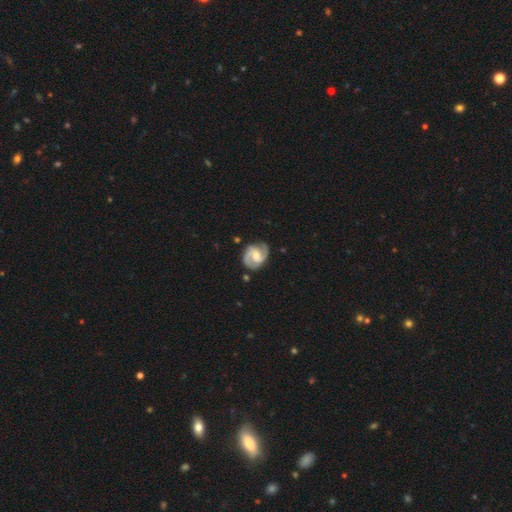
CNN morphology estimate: A featured or disk galaxy (88%) with a weak bar (52%), 2 (90%) medium (54%) spiral arms (97%) and a moderate central bulge (58%).

Vote fractions:
- Smooth or featured? featured or disk: 88% / smooth: 8% / star or artifact: 4%
- Edge-on disk? no: 98% / yes: 2%
- Bar? weak: 52% / no: 29% / strong: 19%
- Spiral arms? yes: 97% / no: 3%
- Spiral winding? medium: 54% / tight: 32% / loose: 14%
- Spiral arm count? 2: 90% / 3: 3% / can't tell: 3% / 1: 1% / 4: 1% / more than 4: 1%
- Bulge size? moderate: 58% / small: 31% / large: 5% / none: 4% / dominant: 1%
- Merging? none: 79% / minor disturbance: 15% / major disturbance: 4% / merger: 2%